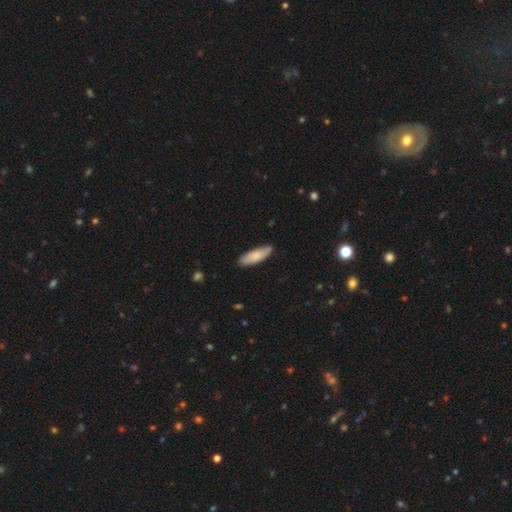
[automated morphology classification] Q: Smooth or featured?
A: smooth (81%); runner-up: featured or disk (14%)
Q: How rounded?
A: cigar-shaped (49%); tied with: in between (49%)
Q: Merging?
A: none (83%); runner-up: minor disturbance (14%)